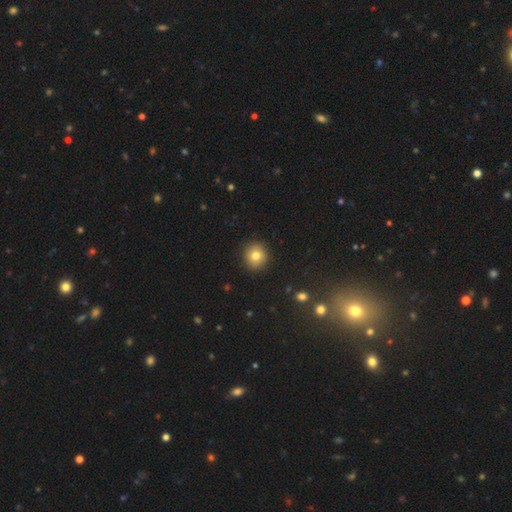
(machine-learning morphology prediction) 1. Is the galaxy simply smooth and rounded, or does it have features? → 79% smooth, 11% star or artifact, 10% featured or disk.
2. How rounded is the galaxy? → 89% round, 10% in between, 1% cigar-shaped.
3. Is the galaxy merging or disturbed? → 91% none, 6% minor disturbance, 2% major disturbance, 1% merger.